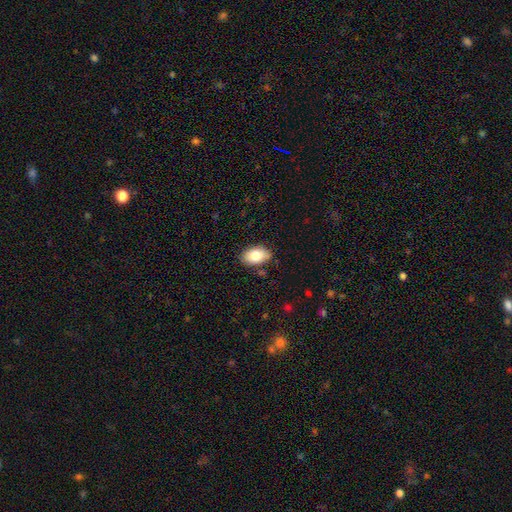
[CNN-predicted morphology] Overall: smooth (81%). How rounded: in between (91%). Merging: none (83%).